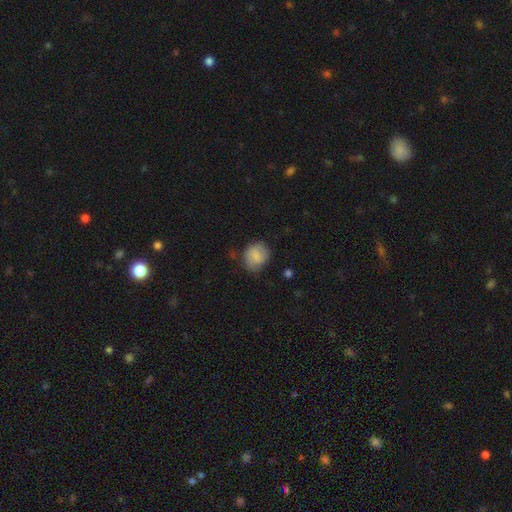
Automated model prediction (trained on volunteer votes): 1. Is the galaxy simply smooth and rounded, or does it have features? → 76% smooth, 16% featured or disk, 8% star or artifact.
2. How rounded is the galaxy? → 63% round, 36% in between, 1% cigar-shaped.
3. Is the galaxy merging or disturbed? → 66% none, 25% minor disturbance, 7% major disturbance, 2% merger.